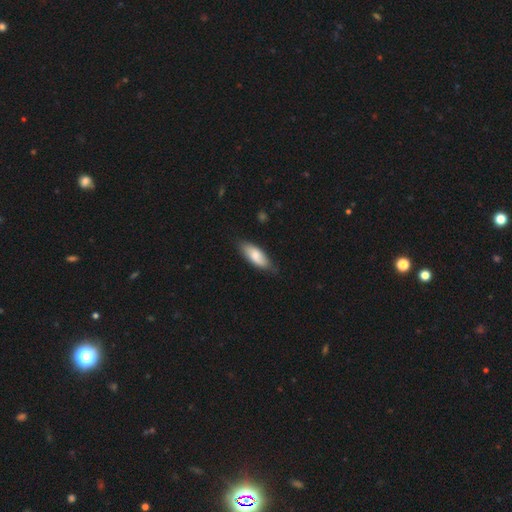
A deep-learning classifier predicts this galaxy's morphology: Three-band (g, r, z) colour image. It shows a smooth galaxy with no disk features (78%) that is in between round and cigar-shaped (73%). Merging: none (76%).